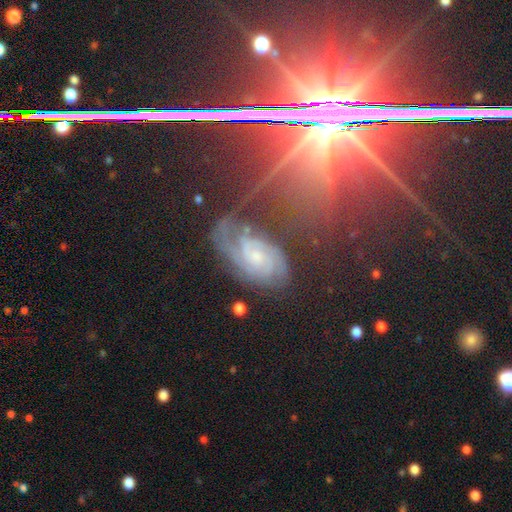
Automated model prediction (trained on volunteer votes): Morphology: type=featured or disk (79%); edge-on=no (96%); bar=no (62%); spiral arms=yes (95%); winding=tight (58%); arm count=2 (30%); bulge=small (54%); merging=none (59%).